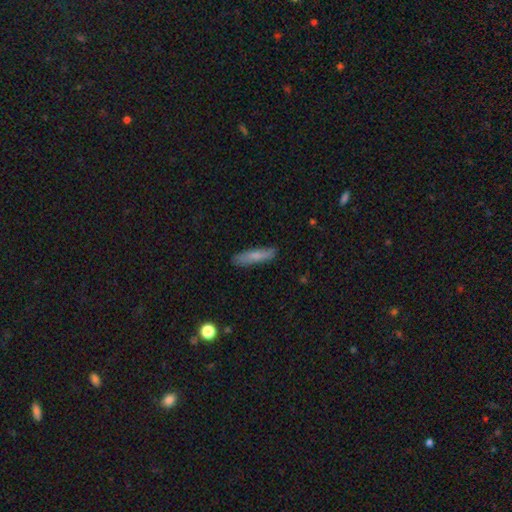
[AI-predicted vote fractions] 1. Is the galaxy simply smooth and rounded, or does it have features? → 74% smooth, 20% featured or disk, 6% star or artifact.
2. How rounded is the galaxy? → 81% cigar-shaped, 17% in between, 2% round.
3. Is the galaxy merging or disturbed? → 84% none, 12% minor disturbance, 2% major disturbance, 1% merger.